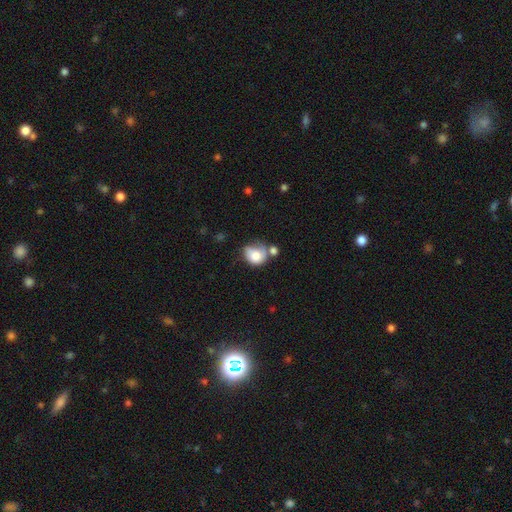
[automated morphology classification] The model was most divided on "merging": none: 30%, merger: 28%, minor disturbance: 26%, major disturbance: 17%. More confident: smooth or featured — smooth (73%); how rounded — round (59%).